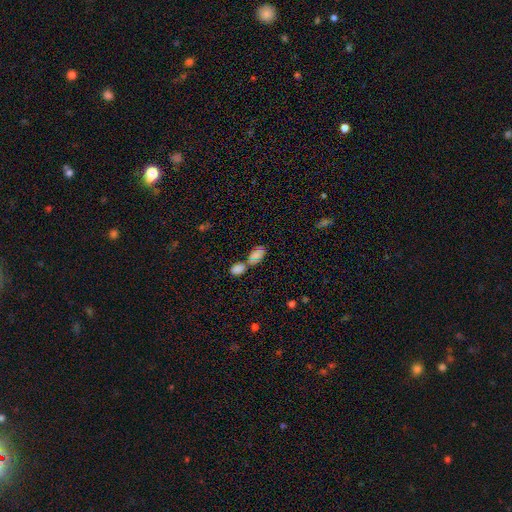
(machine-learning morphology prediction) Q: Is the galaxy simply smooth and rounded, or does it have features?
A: smooth — 72%.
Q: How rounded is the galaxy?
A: in between — 89%.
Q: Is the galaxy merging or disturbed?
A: none — 41%, tied with merger.